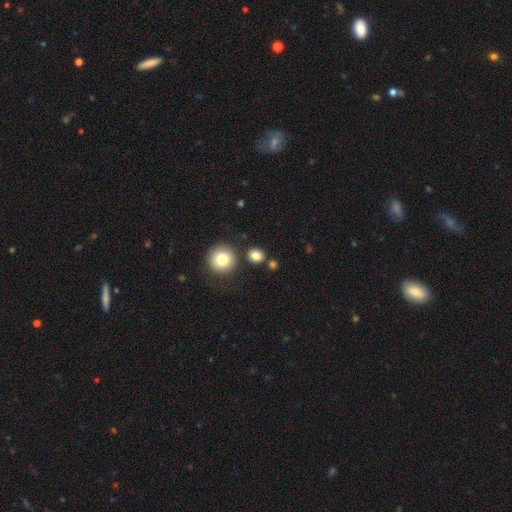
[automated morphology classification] A smooth galaxy with no disk features (82%) that is round (79%). Merging: none (81%).